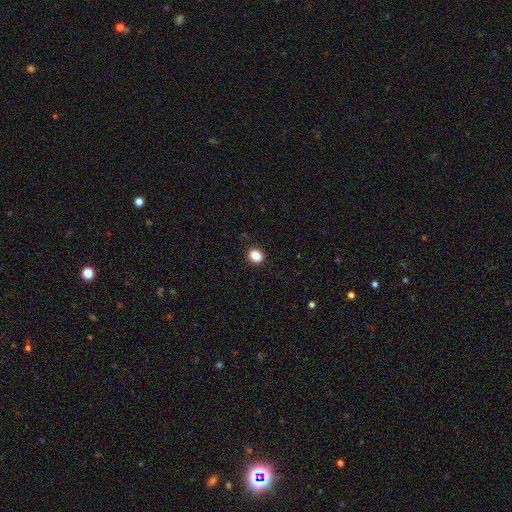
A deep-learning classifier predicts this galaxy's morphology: Q: Smooth or featured?
A: smooth (87%); runner-up: star or artifact (10%)
Q: How rounded?
A: round (57%); runner-up: in between (42%)
Q: Merging?
A: none (88%); runner-up: minor disturbance (9%)